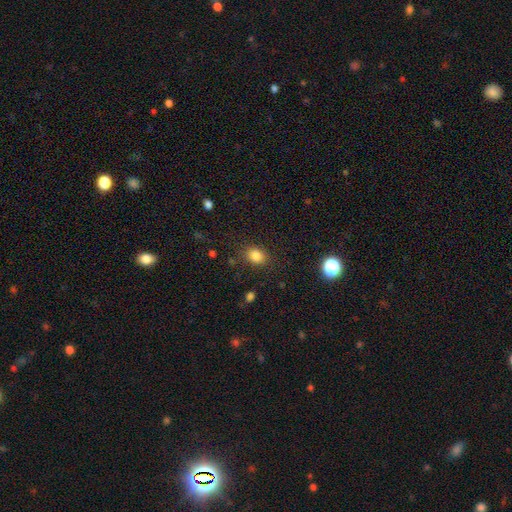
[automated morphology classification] A smooth galaxy with no disk features (83%) that is in between round and cigar-shaped (57%).

Vote fractions:
- Smooth or featured? smooth: 83% / star or artifact: 12% / featured or disk: 5%
- How rounded? in between: 57% / round: 42% / cigar-shaped: 1%
- Merging? none: 83% / minor disturbance: 11% / major disturbance: 4% / merger: 2%